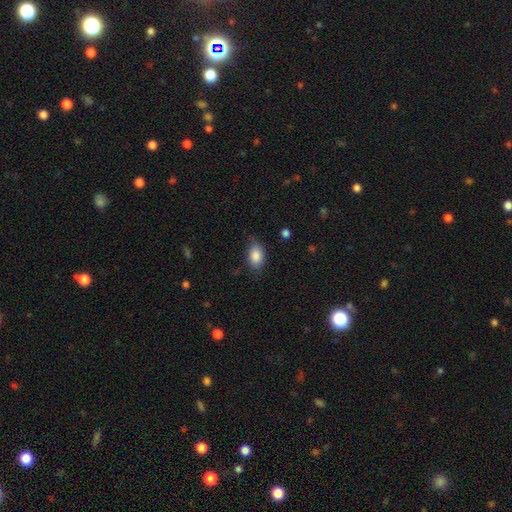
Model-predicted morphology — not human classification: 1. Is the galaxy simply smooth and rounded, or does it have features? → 87% smooth, 7% star or artifact, 6% featured or disk.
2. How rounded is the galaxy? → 88% in between, 11% round, 2% cigar-shaped.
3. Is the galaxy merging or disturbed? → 75% none, 19% minor disturbance, 4% major disturbance, 1% merger.